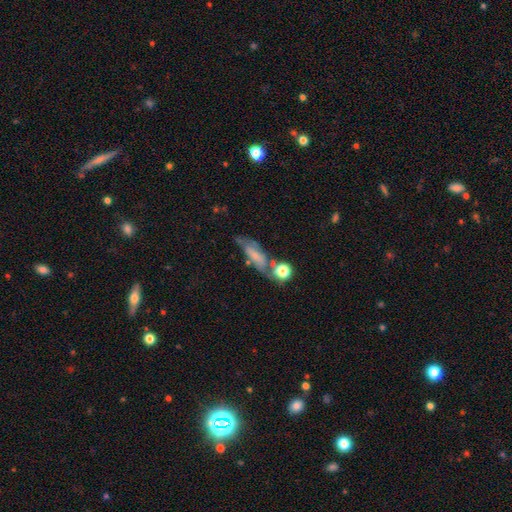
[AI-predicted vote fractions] Morphology: type=featured or disk (45%); merging=none (45%).